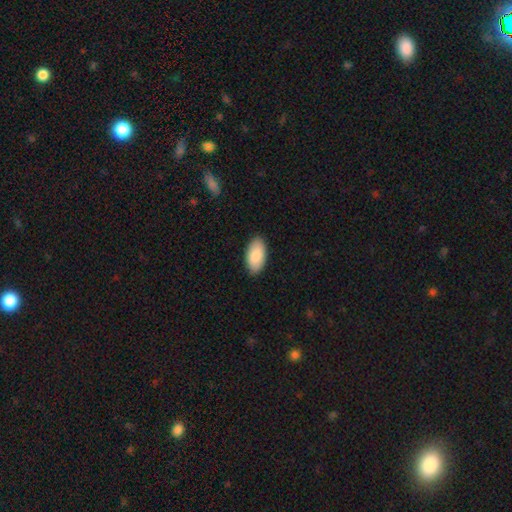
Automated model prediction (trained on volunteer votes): Morphology: type=smooth (88%); roundness=in between (95%); merging=none (89%).